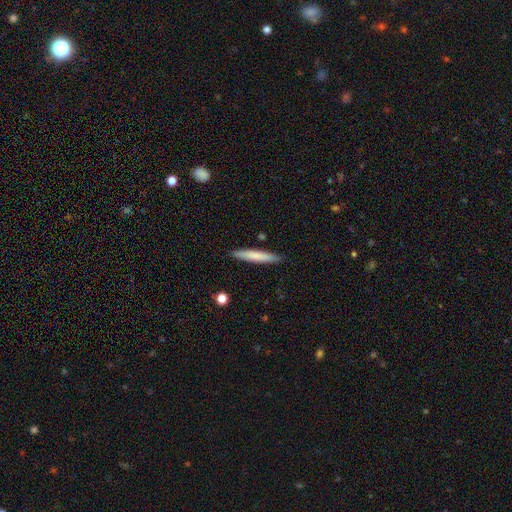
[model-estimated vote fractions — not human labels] smooth_or_featured: smooth (p=0.75) [alt: featured or disk p=0.20]
how_rounded: cigar-shaped (p=0.94) [alt: in between p=0.05]
merging: none (p=0.90) [alt: minor disturbance p=0.07]